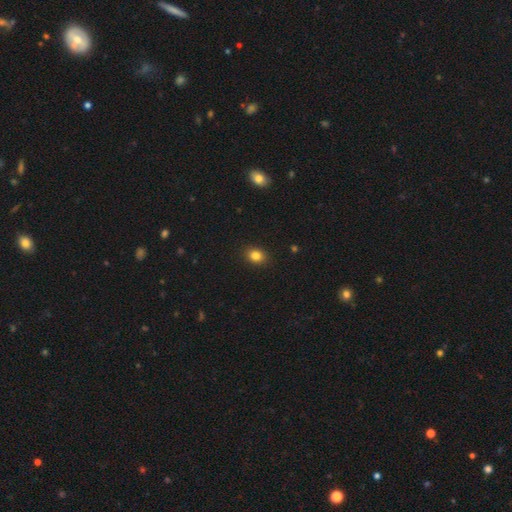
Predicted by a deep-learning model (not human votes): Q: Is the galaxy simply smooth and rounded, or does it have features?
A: smooth — 83%.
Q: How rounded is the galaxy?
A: in between — 52%.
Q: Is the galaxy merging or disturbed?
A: none — 90%.